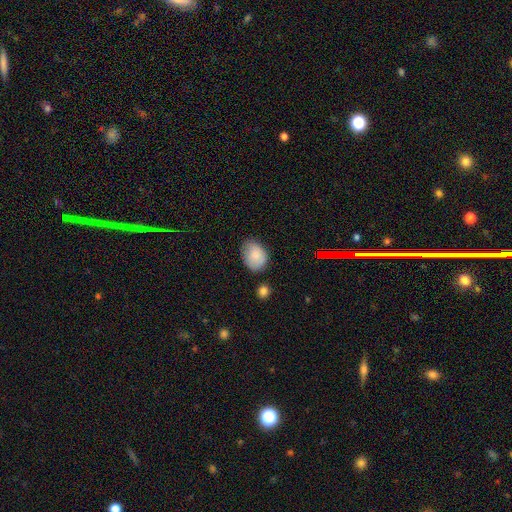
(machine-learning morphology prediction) smooth_or_featured: smooth (p=0.84) [alt: featured or disk p=0.09]
how_rounded: in between (p=0.78) [alt: round p=0.21]
merging: none (p=0.68) [alt: minor disturbance p=0.24]